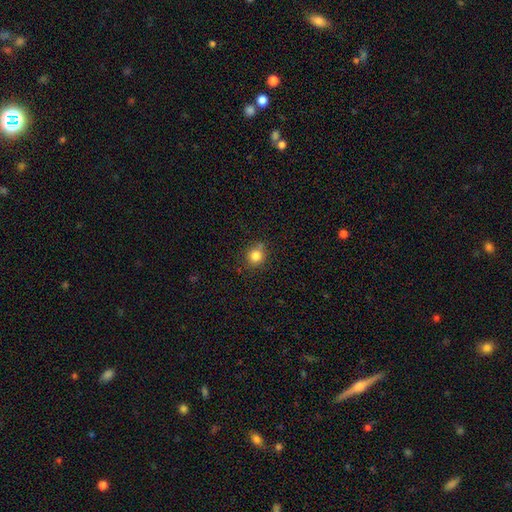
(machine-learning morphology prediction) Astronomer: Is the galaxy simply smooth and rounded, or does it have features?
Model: smooth — 83%.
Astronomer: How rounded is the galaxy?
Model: round — 81%.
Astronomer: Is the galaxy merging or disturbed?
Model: none — 75%.